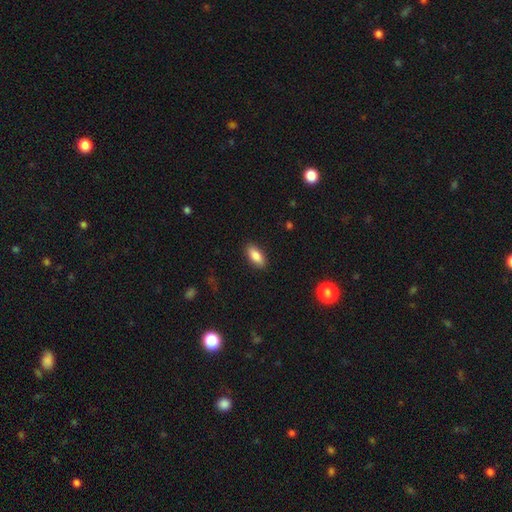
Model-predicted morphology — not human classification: smooth_or_featured: smooth (p=0.86) [alt: featured or disk p=0.07]
how_rounded: in between (p=0.85) [alt: cigar-shaped p=0.13]
merging: none (p=0.89) [alt: minor disturbance p=0.08]